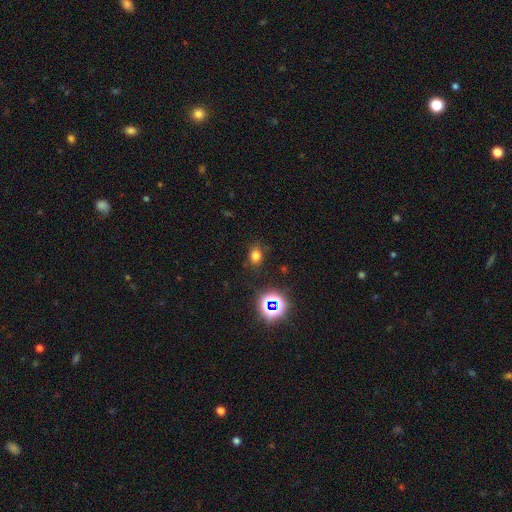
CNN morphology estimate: Q: Smooth or featured?
A: smooth (72%); runner-up: star or artifact (22%)
Q: How rounded?
A: in between (51%); runner-up: round (48%)
Q: Merging?
A: none (81%); runner-up: minor disturbance (13%)